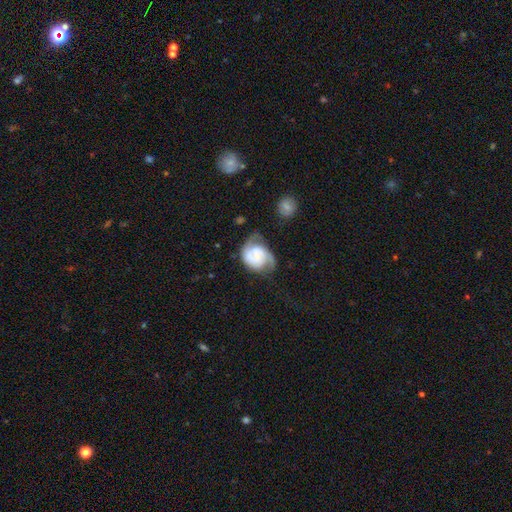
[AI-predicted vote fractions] Smooth or featured? featured or disk (72%)
Edge-on disk? no (98%)
Bar? no (58%)
Spiral arms? yes (91%)
Spiral winding? medium (41%, tied with tight)
Spiral arm count? 2 (72%)
Bulge size? small (38%)
Merging? none (44%)